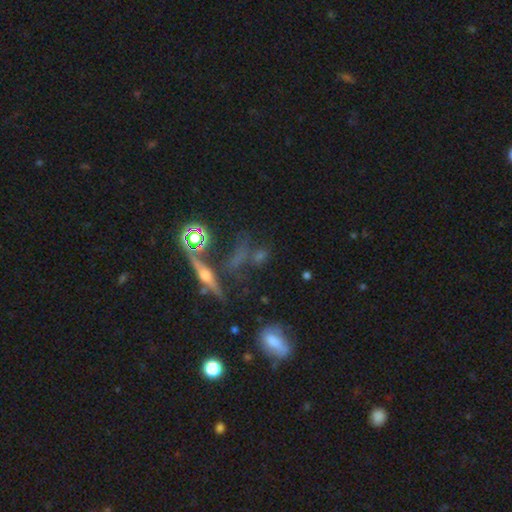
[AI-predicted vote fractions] The model was most divided on "smooth or featured": star or artifact: 36%, smooth: 33%, featured or disk: 32%.